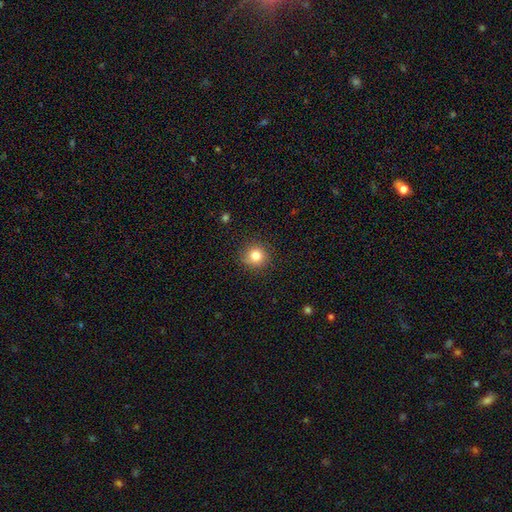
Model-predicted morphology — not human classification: The model was most divided on "smooth or featured": smooth: 82%, star or artifact: 12%, featured or disk: 7%. More confident: how rounded — round (92%); merging — none (86%).